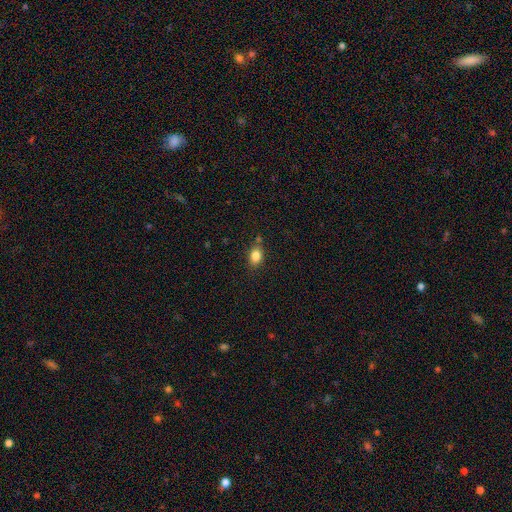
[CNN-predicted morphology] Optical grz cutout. It shows a smooth galaxy with no disk features (84%) that is in between round and cigar-shaped (77%). Merging: none (77%).